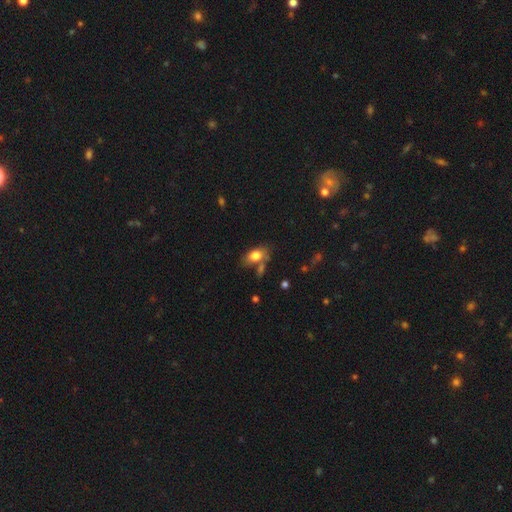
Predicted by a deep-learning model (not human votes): A smooth galaxy with no disk features (78%) that is in between round and cigar-shaped (88%).

Vote fractions:
- Smooth or featured? smooth: 78% / featured or disk: 14% / star or artifact: 8%
- How rounded? in between: 88% / round: 8% / cigar-shaped: 4%
- Merging? none: 58% / minor disturbance: 18% / merger: 17% / major disturbance: 6%